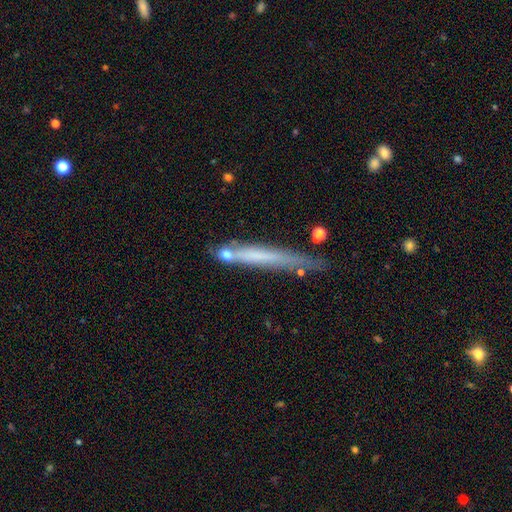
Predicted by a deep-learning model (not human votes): A smooth galaxy with no disk features (49%). Merging: none (66%).